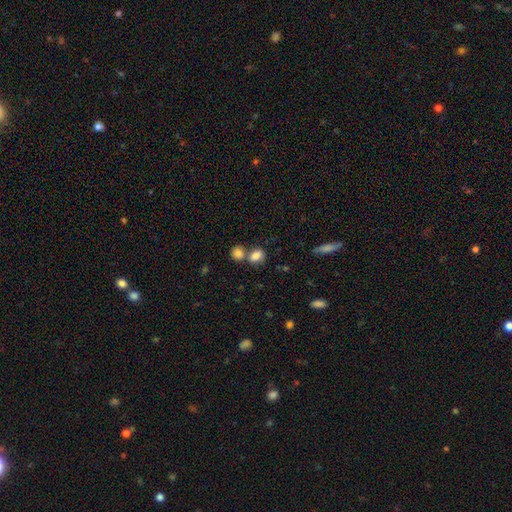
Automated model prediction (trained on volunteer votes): Overall: smooth (82%). How rounded: in between (64%; round 34%). Merging: none (45%; merger 40%).